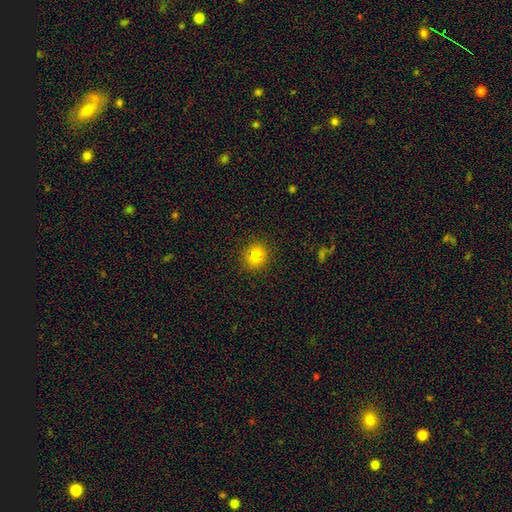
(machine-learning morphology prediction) smooth 80%, star or artifact 13%, featured or disk 7%. Down the decision tree: how rounded — round (84%); merging — none (89%).